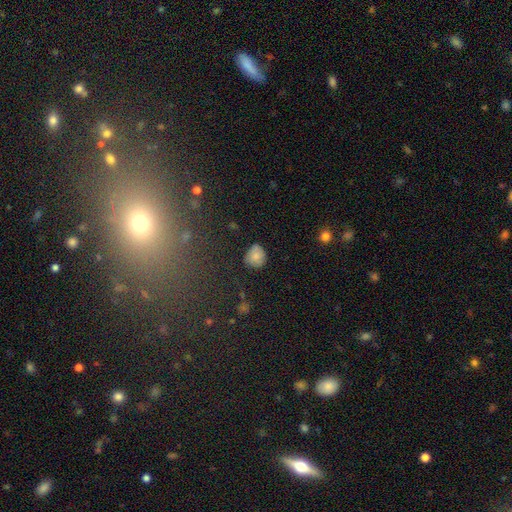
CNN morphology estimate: Q: Smooth or featured?
A: smooth (79%); runner-up: featured or disk (10%)
Q: How rounded?
A: round (75%); runner-up: in between (24%)
Q: Merging?
A: none (72%); runner-up: minor disturbance (21%)